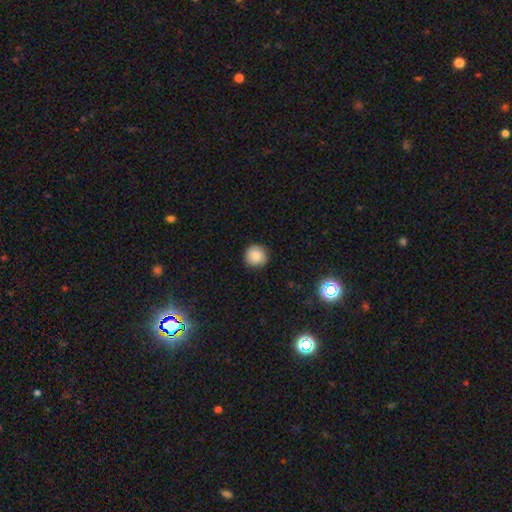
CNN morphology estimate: type=smooth (84%); roundness=round (95%); merging=none (90%).